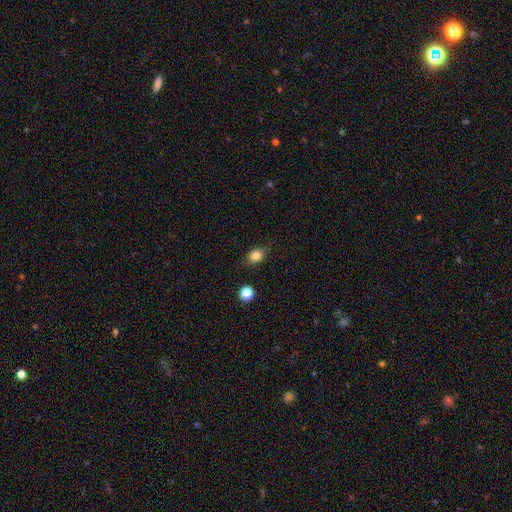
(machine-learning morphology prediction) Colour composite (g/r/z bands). It shows a smooth galaxy with no disk features (80%) that is in between round and cigar-shaped (57%). Merging: none (79%).